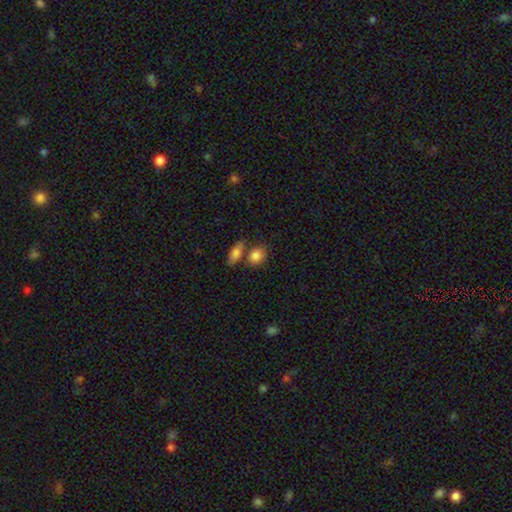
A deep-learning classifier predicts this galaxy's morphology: type=smooth (84%); roundness=in between (52%); merging=none (58%).